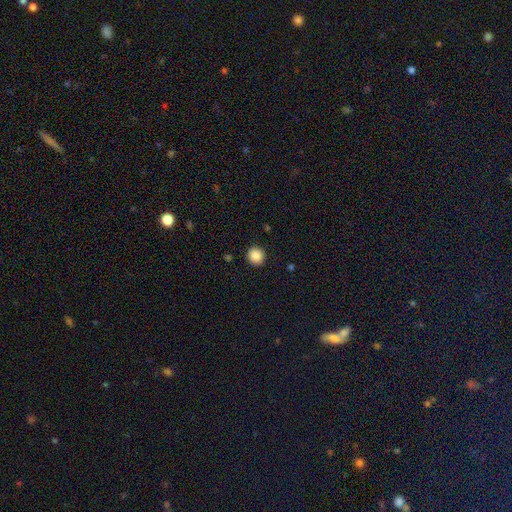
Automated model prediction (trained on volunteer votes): This appears to be a smooth galaxy with no disk features (87%) that is round (92%). Merging: none (92%).